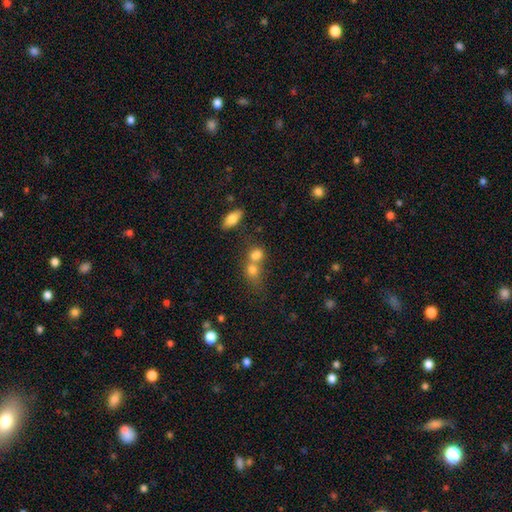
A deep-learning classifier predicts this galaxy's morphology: Smooth or featured: smooth — 76% (star or artifact — 12%)
How rounded: round — 54% (in between — 43%)
Merging: merger — 58% (none — 30%)